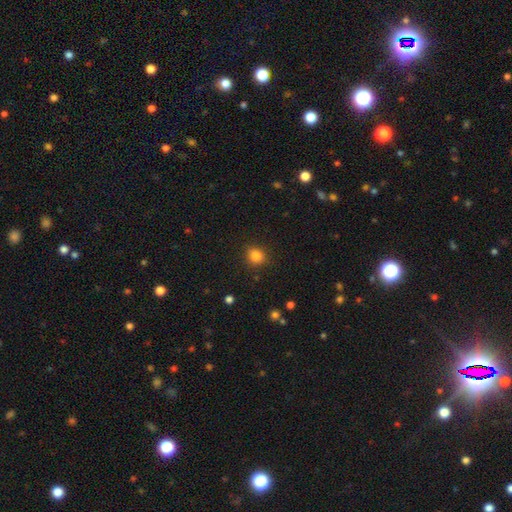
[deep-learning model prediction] A smooth galaxy with no disk features (84%) that is round (77%).

Vote fractions:
- Smooth or featured? smooth: 84% / star or artifact: 12% / featured or disk: 4%
- How rounded? round: 77% / in between: 22% / cigar-shaped: 1%
- Merging? none: 87% / minor disturbance: 9% / major disturbance: 3% / merger: 1%